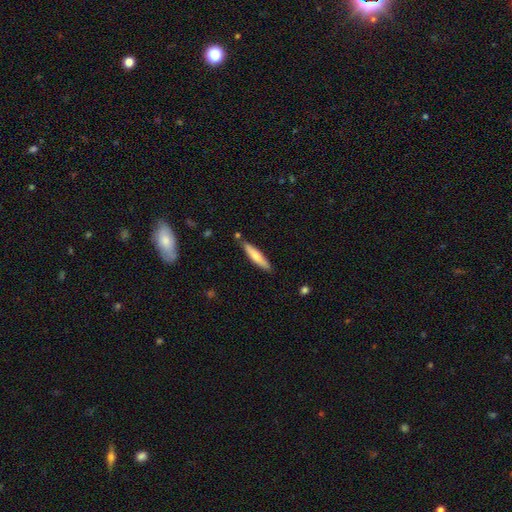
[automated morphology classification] Smooth or featured? smooth (65%)
How rounded? cigar-shaped (87%)
Merging? none (83%)